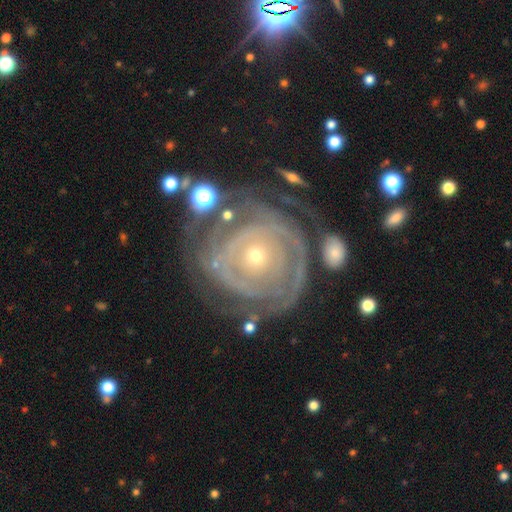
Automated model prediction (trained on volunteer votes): A featured or disk galaxy (84%) with no bar (84%), tight (80%) spiral arms (86%) and a small central bulge (75%).

Vote fractions:
- Smooth or featured? featured or disk: 84% / smooth: 10% / star or artifact: 6%
- Edge-on disk? no: 97% / yes: 3%
- Bar? no: 84% / weak: 11% / strong: 5%
- Spiral arms? yes: 86% / no: 14%
- Spiral winding? tight: 80% / medium: 14% / loose: 6%
- Spiral arm count? can't tell: 38% / 2: 20% / 3: 15% / 4: 11% / more than 4: 9% / 1: 8%
- Bulge size? small: 75% / moderate: 21% / large: 2% / dominant: 1% / none: 1%
- Merging? none: 62% / minor disturbance: 18% / major disturbance: 15% / merger: 5%